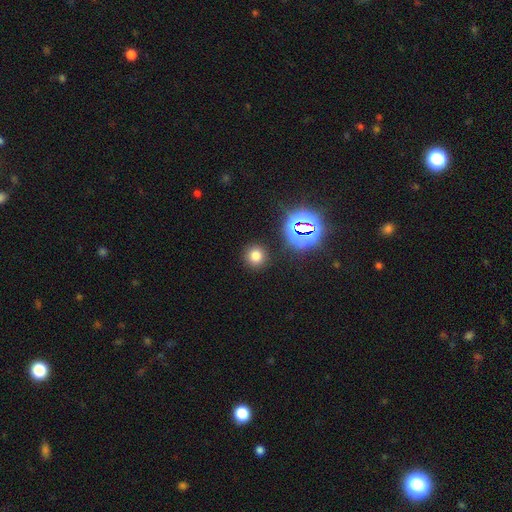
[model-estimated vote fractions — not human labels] smooth-or-featured: smooth: 73% | star or artifact: 21% | featured or disk: 6%
  how-rounded: round: 91% | in between: 8% | cigar-shaped: 1%
  merging: none: 89% | minor disturbance: 6% | major disturbance: 3% | merger: 2%